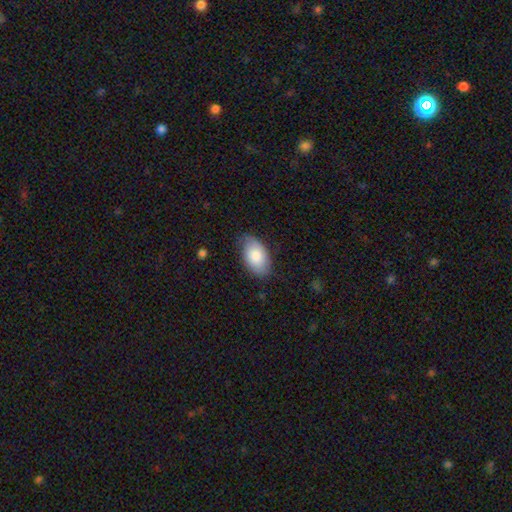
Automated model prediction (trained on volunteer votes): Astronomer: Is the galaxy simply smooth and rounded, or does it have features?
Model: smooth — 80%.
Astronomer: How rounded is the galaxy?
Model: in between — 94%.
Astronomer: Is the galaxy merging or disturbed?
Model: none — 73%.